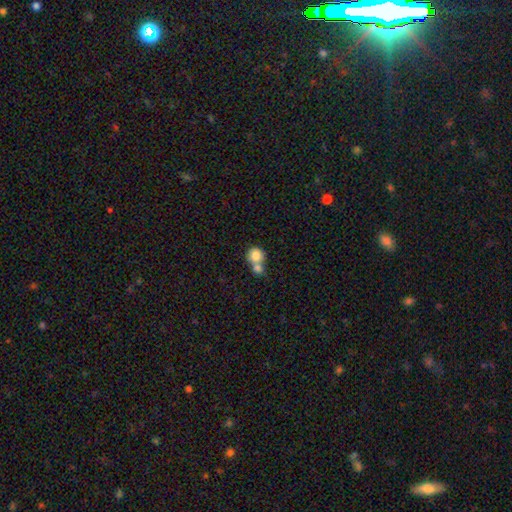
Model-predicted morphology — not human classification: Q: Smooth or featured?
A: smooth (82%); runner-up: featured or disk (10%)
Q: How rounded?
A: round (85%); runner-up: in between (14%)
Q: Merging?
A: merger (58%); runner-up: none (33%)